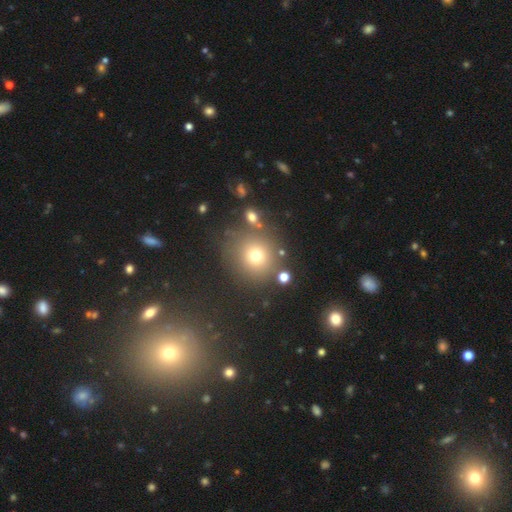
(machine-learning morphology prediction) smooth_or_featured: smooth (p=0.71) [alt: star or artifact p=0.18]
how_rounded: round (p=0.89) [alt: in between p=0.10]
merging: none (p=0.77) [alt: minor disturbance p=0.10]